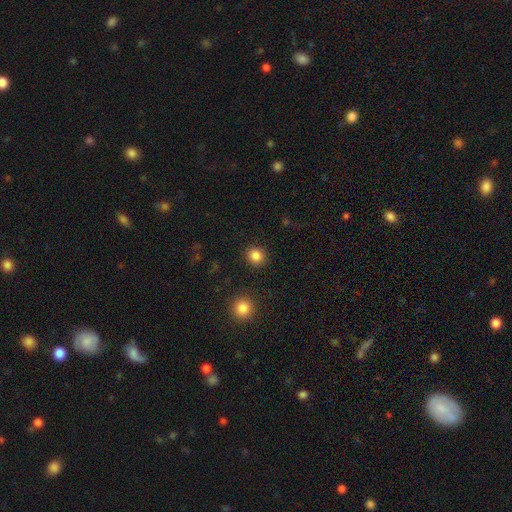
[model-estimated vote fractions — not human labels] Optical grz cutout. It shows a smooth galaxy with no disk features (85%) that is round (87%). Merging: none (90%).